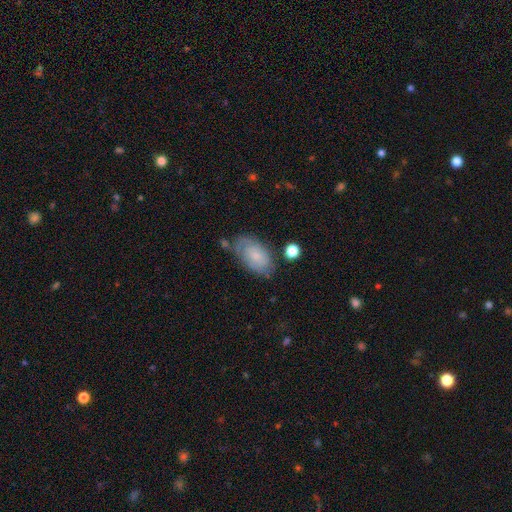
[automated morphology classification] Smooth or featured?
  - smooth: 51% *
  - featured or disk: 42%
  - star or artifact: 8%
How rounded?
  - in between: 91% *
  - round: 6%
  - cigar-shaped: 2%
Merging?
  - none: 60% *
  - minor disturbance: 25%
  - major disturbance: 9%
  - merger: 6%